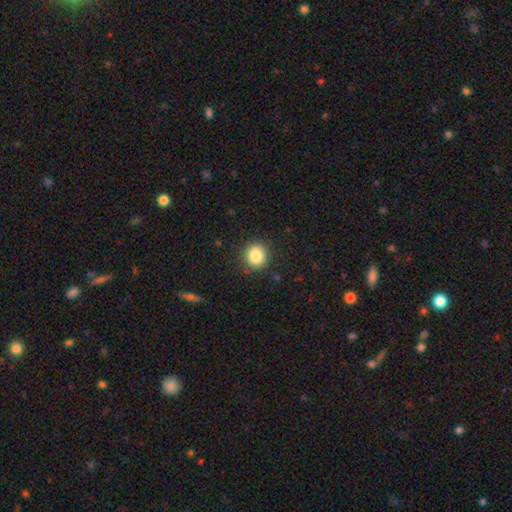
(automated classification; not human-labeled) A smooth galaxy with no disk features (84%) that is round (88%).

Vote fractions:
- Smooth or featured? smooth: 84% / star or artifact: 10% / featured or disk: 6%
- How rounded? round: 88% / in between: 11% / cigar-shaped: 1%
- Merging? none: 89% / minor disturbance: 7% / major disturbance: 2% / merger: 1%